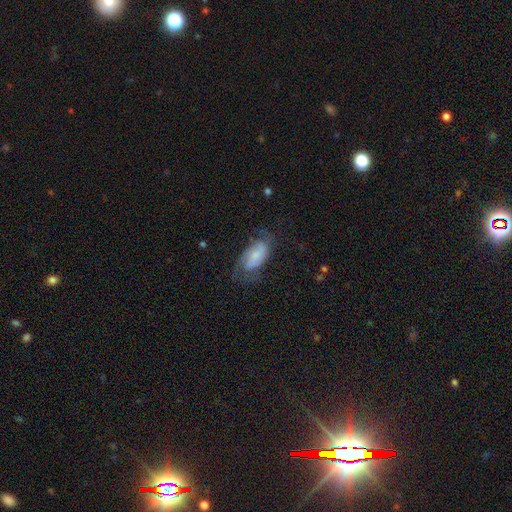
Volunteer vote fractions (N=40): Smooth or featured? featured or disk (62%)
Edge-on disk? no (88%)
Bar? weak (41%)
Spiral arms? yes (91%)
Spiral winding? tight (45%)
Spiral arm count? 2 (70%)
Bulge size? small (50%)
Merging? none (58%)